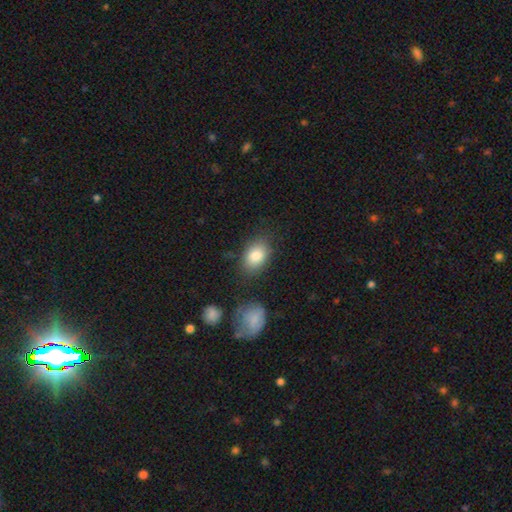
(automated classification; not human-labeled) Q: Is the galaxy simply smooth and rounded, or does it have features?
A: smooth — 85%.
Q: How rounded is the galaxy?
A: in between — 79%.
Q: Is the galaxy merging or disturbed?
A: none — 76%.